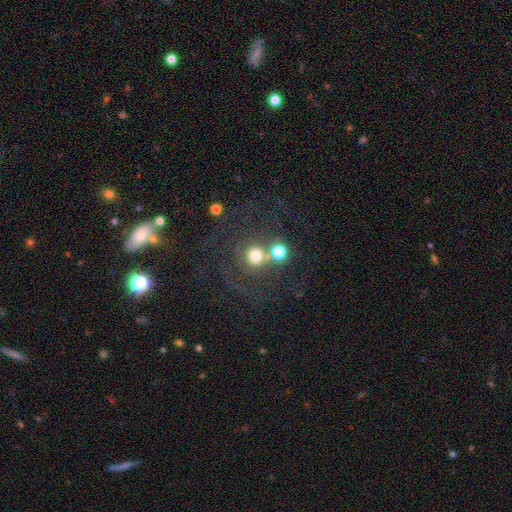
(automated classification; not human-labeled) This appears to be a smooth galaxy with no disk features (63%) that is round (91%). Merging: none (52%).